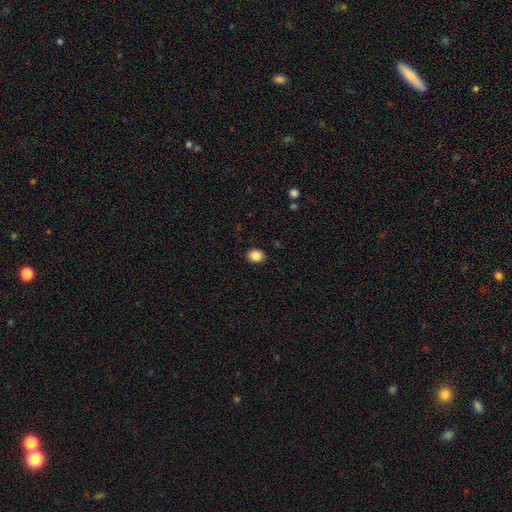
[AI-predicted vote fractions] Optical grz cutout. It shows a smooth galaxy with no disk features (86%) that is in between round and cigar-shaped (50%). Merging: none (89%).